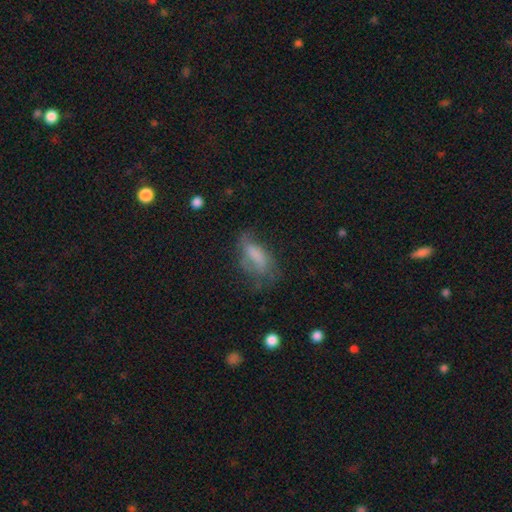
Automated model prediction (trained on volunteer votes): A smooth galaxy with no disk features (58%) that is in between round and cigar-shaped (76%). Merging: none (38%).